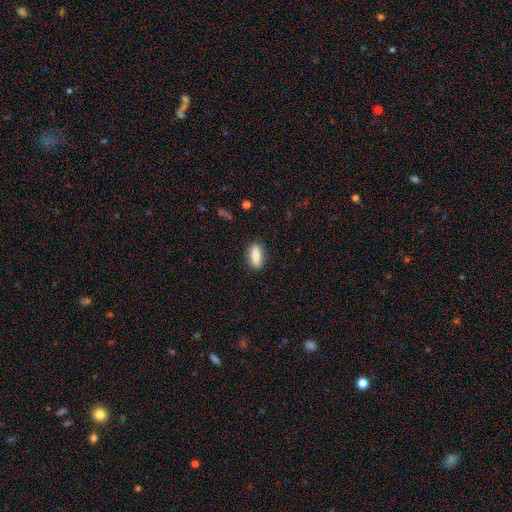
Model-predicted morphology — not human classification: The model was most divided on "how rounded": in between: 74%, cigar-shaped: 22%, round: 3%. More confident: merging — none (86%); smooth or featured — smooth (86%).